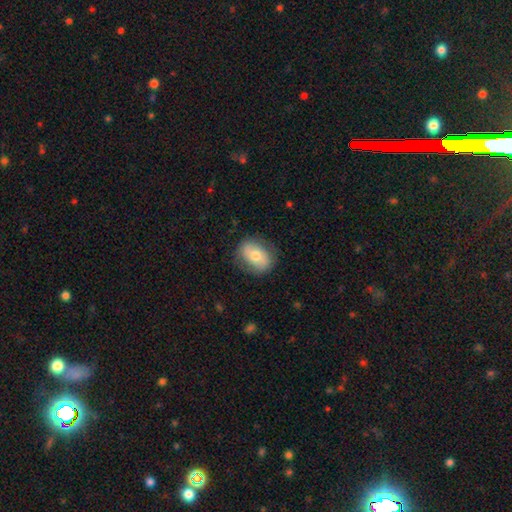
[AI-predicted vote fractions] A smooth galaxy with no disk features (65%) that is in between round and cigar-shaped (65%).

Vote fractions:
- Smooth or featured? smooth: 65% / featured or disk: 28% / star or artifact: 7%
- How rounded? in between: 65% / round: 33% / cigar-shaped: 1%
- Merging? none: 80% / minor disturbance: 15% / major disturbance: 5% / merger: 1%